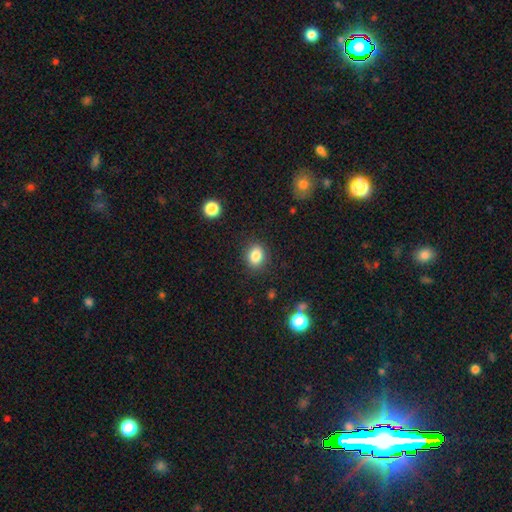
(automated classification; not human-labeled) smooth 85%, star or artifact 10%, featured or disk 5%. Down the decision tree: how rounded — in between (57%); merging — none (86%).